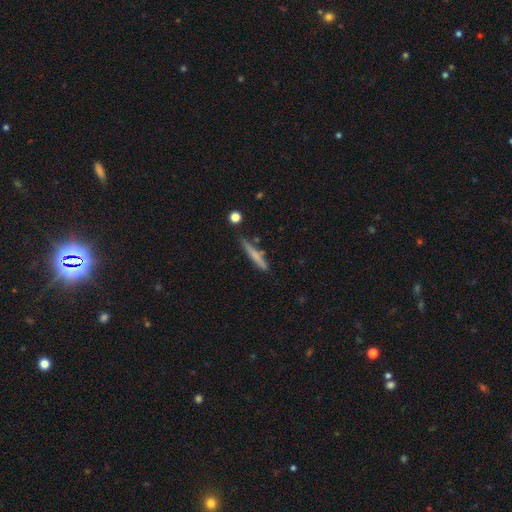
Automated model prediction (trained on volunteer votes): smooth 62%, featured or disk 31%, star or artifact 7%. Down the decision tree: how rounded — cigar-shaped (93%); merging — none (78%).